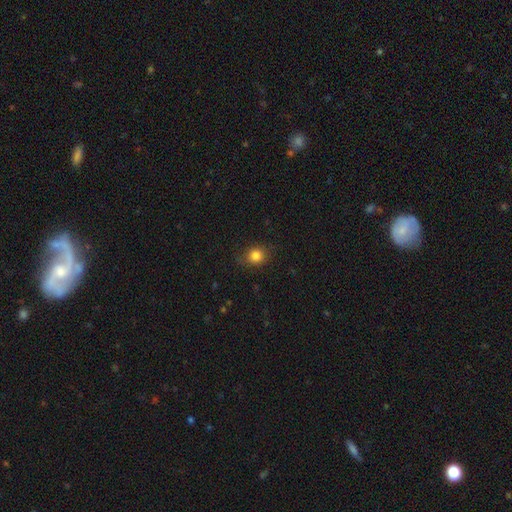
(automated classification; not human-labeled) Morphology: type=smooth (83%); roundness=round (74%); merging=none (82%).